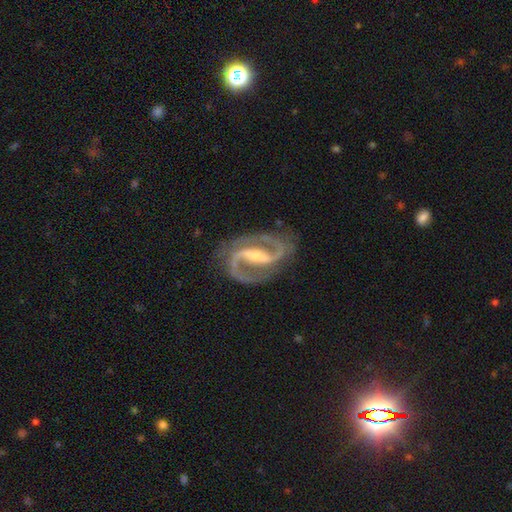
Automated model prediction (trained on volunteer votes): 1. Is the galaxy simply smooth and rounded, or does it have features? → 93% featured or disk, 4% star or artifact, 3% smooth.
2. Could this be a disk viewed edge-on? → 97% no, 3% yes.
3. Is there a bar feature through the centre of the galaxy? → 59% strong, 32% weak, 9% no.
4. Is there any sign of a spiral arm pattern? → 98% yes, 2% no.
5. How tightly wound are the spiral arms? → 61% medium, 24% tight, 14% loose.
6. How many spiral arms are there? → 94% 2, 2% can't tell, 1% 3, 1% 1, 1% 4, 1% more than 4.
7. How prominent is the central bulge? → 44% small, 42% moderate, 7% none, 6% large, 1% dominant.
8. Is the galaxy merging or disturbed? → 82% none, 12% minor disturbance, 5% major disturbance, 1% merger.